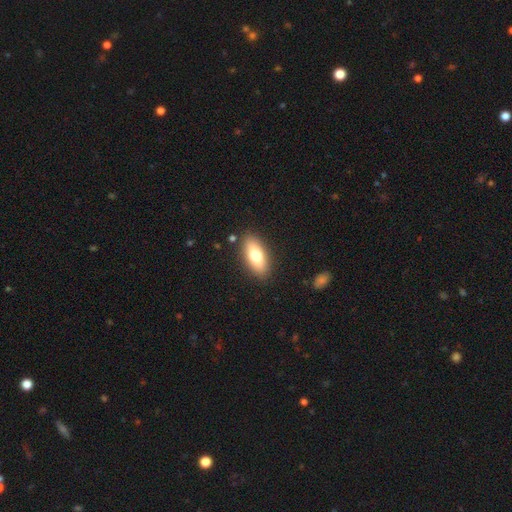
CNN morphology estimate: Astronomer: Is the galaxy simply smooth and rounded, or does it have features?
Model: smooth — 74%.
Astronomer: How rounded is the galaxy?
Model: in between — 80%.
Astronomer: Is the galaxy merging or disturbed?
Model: none — 87%.